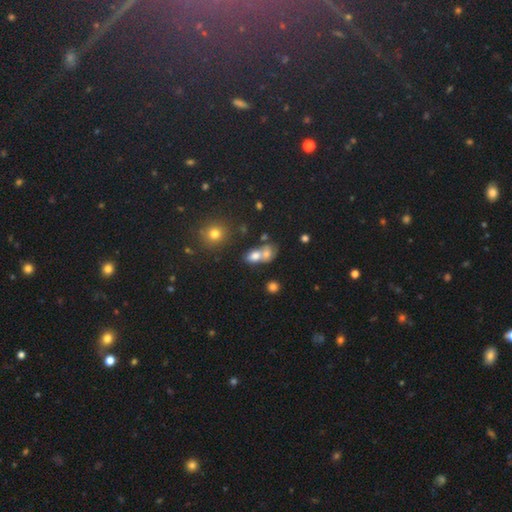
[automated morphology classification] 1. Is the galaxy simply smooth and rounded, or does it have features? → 70% smooth, 17% featured or disk, 14% star or artifact.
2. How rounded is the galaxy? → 66% in between, 32% round, 2% cigar-shaped.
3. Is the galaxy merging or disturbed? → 62% merger, 24% none, 8% minor disturbance, 5% major disturbance.